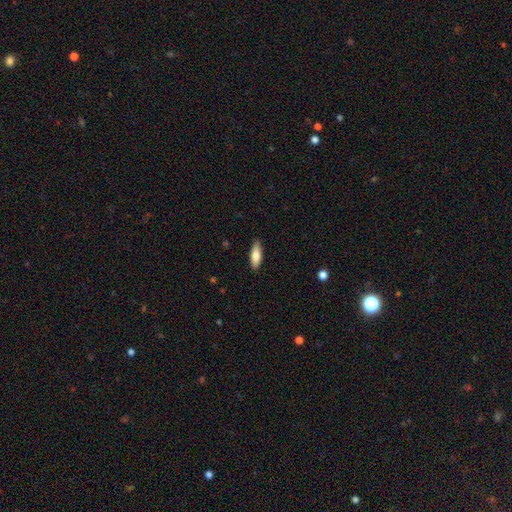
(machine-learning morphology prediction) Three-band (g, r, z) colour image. It shows a smooth galaxy with no disk features (77%) that is in between round and cigar-shaped (58%). Merging: none (87%).